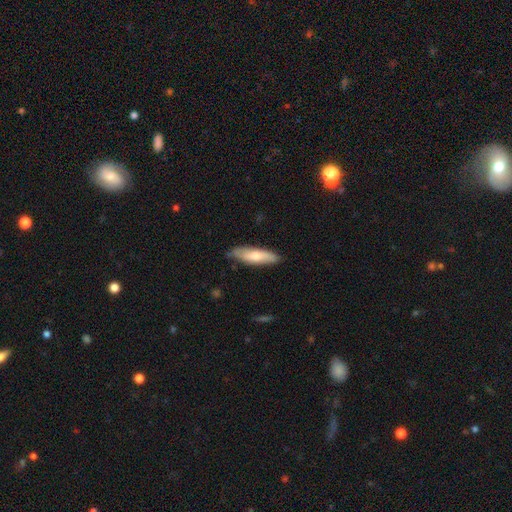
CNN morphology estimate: Smooth or featured: smooth — 63% (featured or disk — 31%)
How rounded: cigar-shaped — 63% (in between — 36%)
Merging: none — 78% (minor disturbance — 18%)